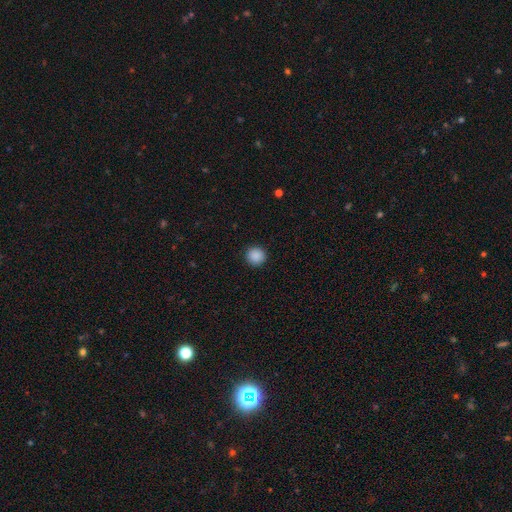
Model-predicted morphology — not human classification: Overall: smooth (89%). How rounded: round (94%). Merging: none (93%).